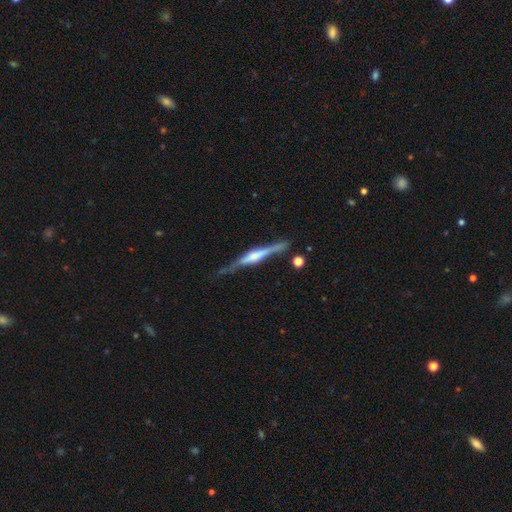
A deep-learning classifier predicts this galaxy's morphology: type=featured or disk (76%); edge-on=yes (97%); edge-on bulge=rounded (57%); merging=none (73%).